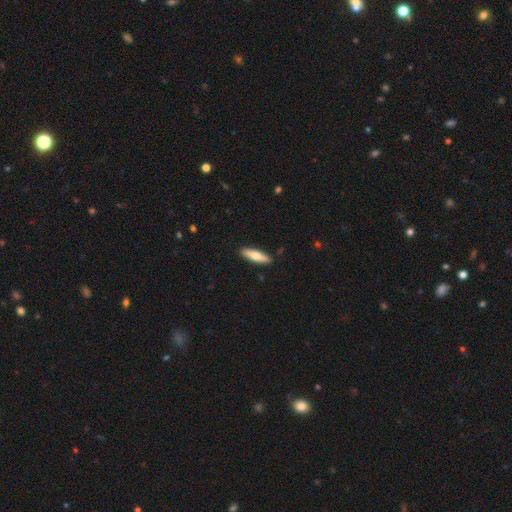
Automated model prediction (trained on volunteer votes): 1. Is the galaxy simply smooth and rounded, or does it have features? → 66% smooth, 29% featured or disk, 5% star or artifact.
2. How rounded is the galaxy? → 62% cigar-shaped, 36% in between, 2% round.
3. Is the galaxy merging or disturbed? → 89% none, 8% minor disturbance, 2% major disturbance, 1% merger.